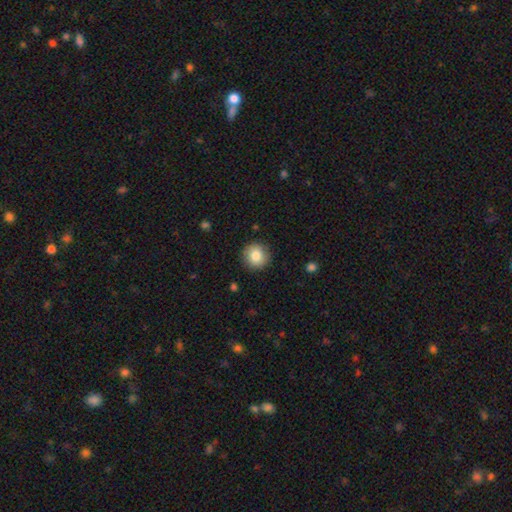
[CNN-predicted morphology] Smooth or featured: smooth — 84% (star or artifact — 9%)
How rounded: round — 93% (in between — 6%)
Merging: none — 90% (minor disturbance — 7%)